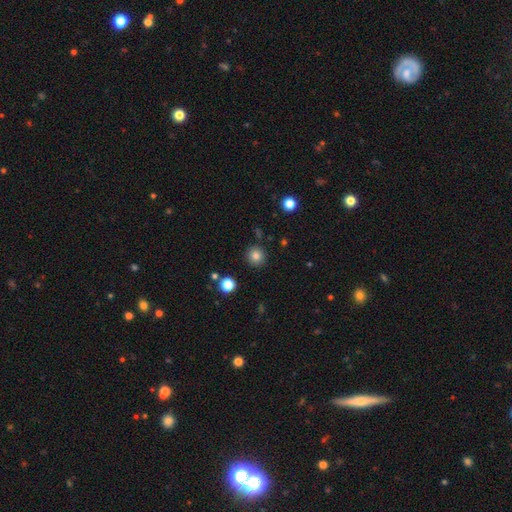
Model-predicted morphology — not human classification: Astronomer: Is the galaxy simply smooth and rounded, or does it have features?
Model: smooth — 83%.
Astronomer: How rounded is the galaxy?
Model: round — 93%.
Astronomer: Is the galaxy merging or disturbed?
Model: none — 89%.